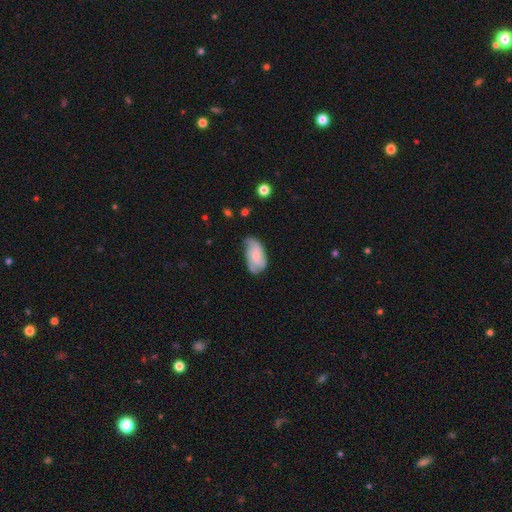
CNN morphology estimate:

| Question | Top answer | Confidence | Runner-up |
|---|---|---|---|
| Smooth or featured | featured or disk | 46% | tied: smooth (46%) |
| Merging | none | 50% | minor disturbance (35%) |